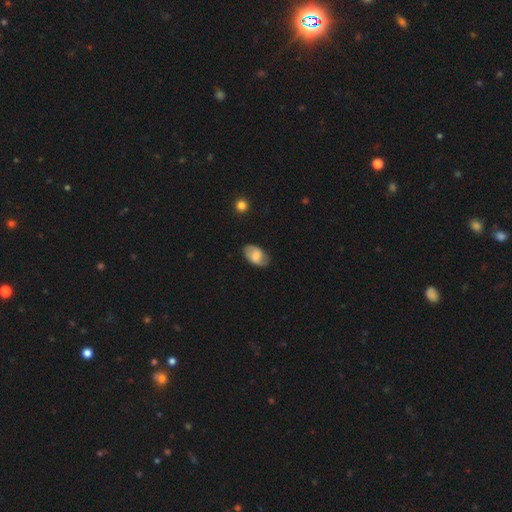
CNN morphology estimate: A smooth galaxy with no disk features (65%) that is in between round and cigar-shaped (91%).

Vote fractions:
- Smooth or featured? smooth: 65% / featured or disk: 28% / star or artifact: 7%
- How rounded? in between: 91% / round: 8% / cigar-shaped: 1%
- Merging? none: 74% / minor disturbance: 20% / major disturbance: 5% / merger: 1%